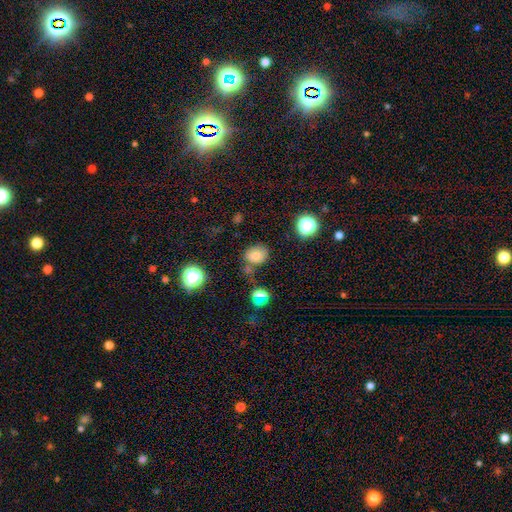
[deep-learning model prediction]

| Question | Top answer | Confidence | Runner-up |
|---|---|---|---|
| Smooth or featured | smooth | 74% | star or artifact (16%) |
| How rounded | round | 54% | in between (45%) |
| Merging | none | 66% | minor disturbance (17%) |